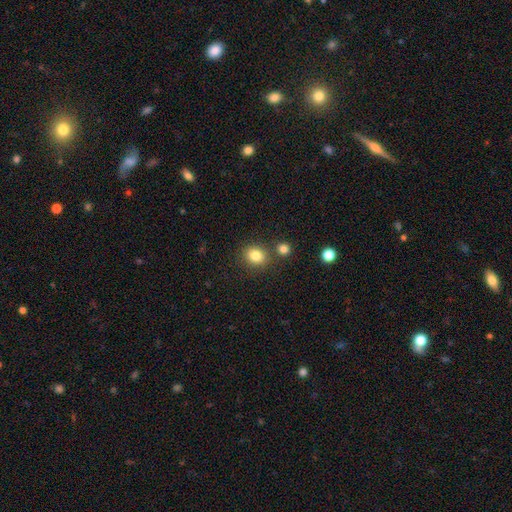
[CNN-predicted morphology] The model was most divided on "how rounded": round: 68%, in between: 31%, cigar-shaped: 1%. More confident: smooth or featured — smooth (83%); merging — none (78%).